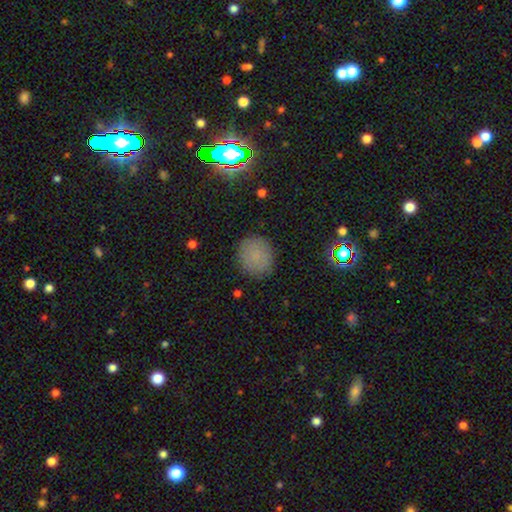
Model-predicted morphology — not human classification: This appears to be a smooth galaxy with no disk features (75%) that is round (84%). Merging: none (86%).